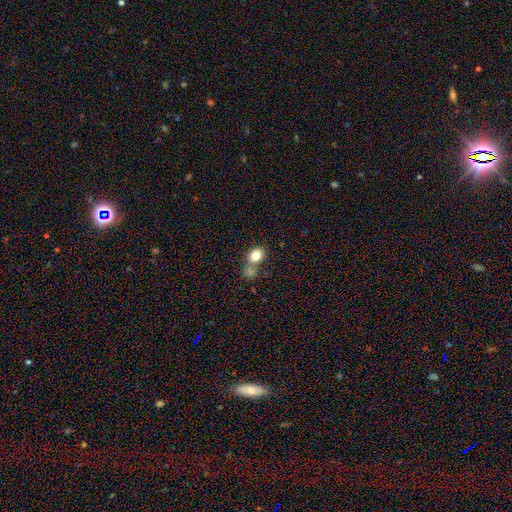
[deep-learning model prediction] Morphology: type=smooth (82%); roundness=round (61%); merging=none (51%).